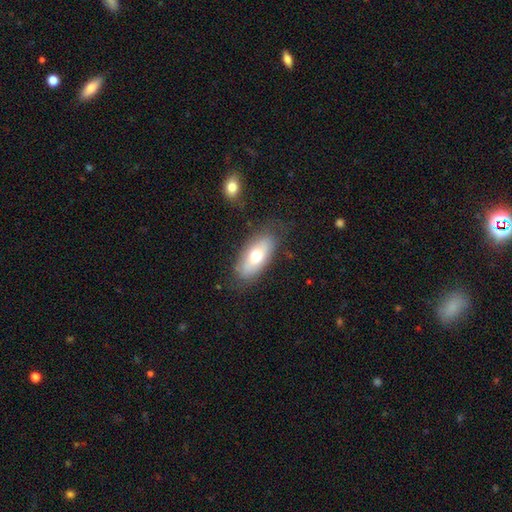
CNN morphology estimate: smooth_or_featured: smooth (p=0.66) [alt: featured or disk p=0.27]
how_rounded: in between (p=0.85) [alt: cigar-shaped p=0.12]
merging: none (p=0.77) [alt: minor disturbance p=0.16]